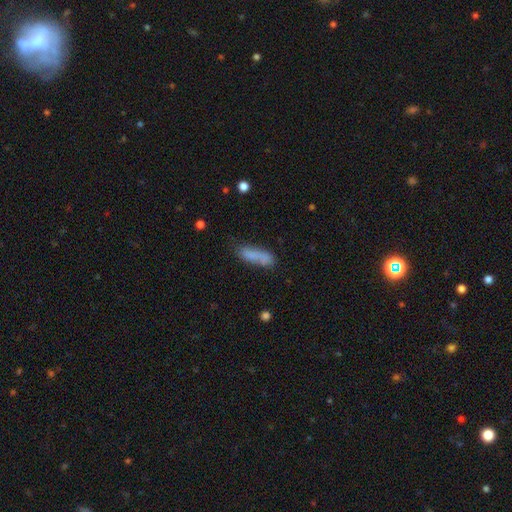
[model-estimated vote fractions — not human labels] Overall: smooth (77%). How rounded: cigar-shaped (59%; in between 38%). Merging: none (61%; minor disturbance 23%).